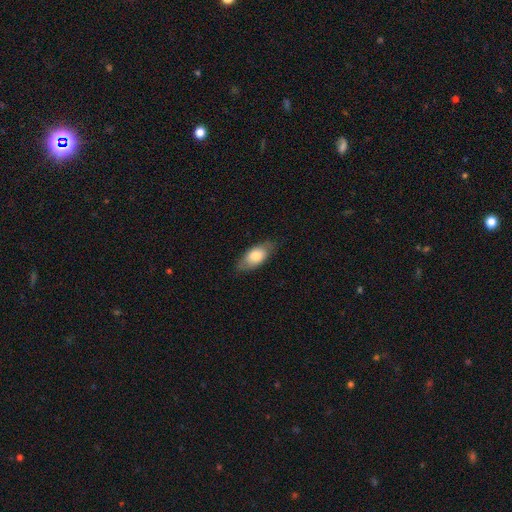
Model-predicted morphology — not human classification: The model was most divided on "smooth or featured": smooth: 73%, featured or disk: 21%, star or artifact: 6%. More confident: how rounded — in between (88%); merging — none (78%).